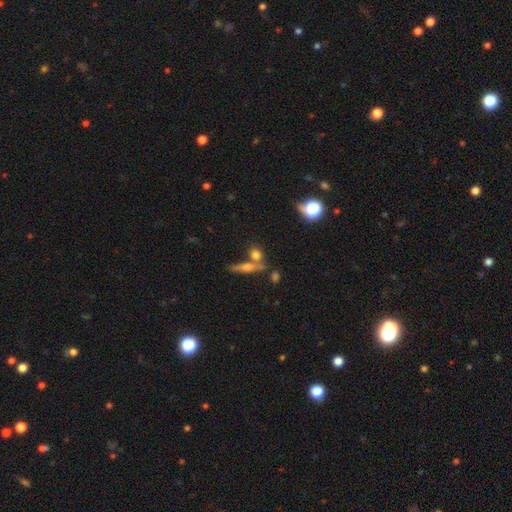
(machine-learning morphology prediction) A smooth galaxy with no disk features (63%) that is round (42%). Merging: none (58%).